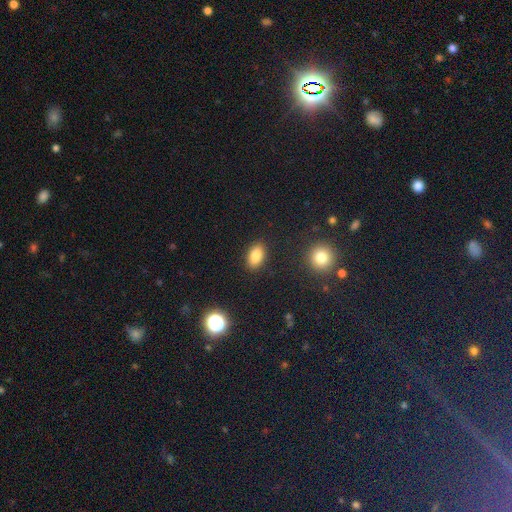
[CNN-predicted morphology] smooth_or_featured: smooth (p=0.84) [alt: star or artifact p=0.10]
how_rounded: in between (p=0.89) [alt: round p=0.08]
merging: none (p=0.88) [alt: minor disturbance p=0.08]